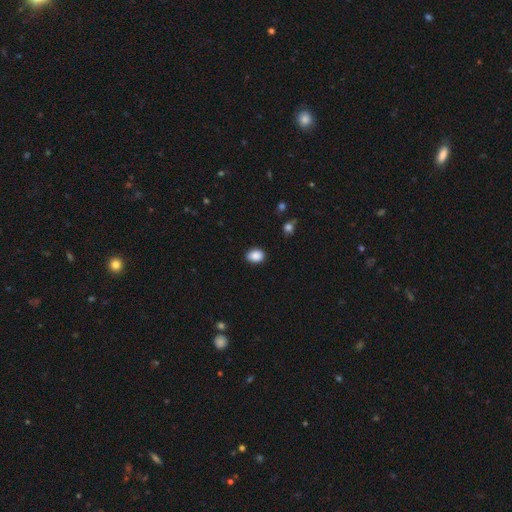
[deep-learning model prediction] Smooth or featured?
  - smooth: 89% *
  - star or artifact: 8%
  - featured or disk: 3%
How rounded?
  - in between: 66% *
  - round: 33%
  - cigar-shaped: 1%
Merging?
  - none: 89% *
  - minor disturbance: 8%
  - major disturbance: 2%
  - merger: 1%